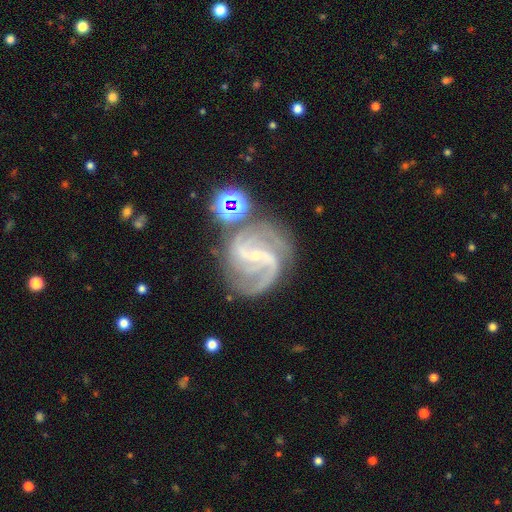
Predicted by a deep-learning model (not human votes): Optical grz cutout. It shows a featured or disk galaxy (90%) with a weak bar (43%), 2 (41%) medium (55%) spiral arms (98%) and a small central bulge (82%). Merging: none (67%).